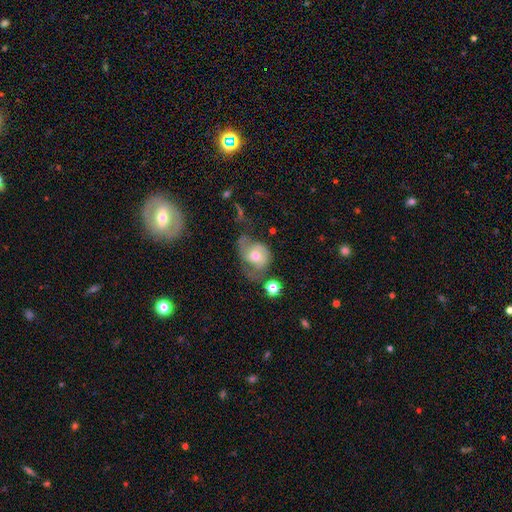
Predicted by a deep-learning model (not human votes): Smooth or featured? Predicted: featured or disk (p=0.46). Merging? Predicted: major disturbance (p=0.36).